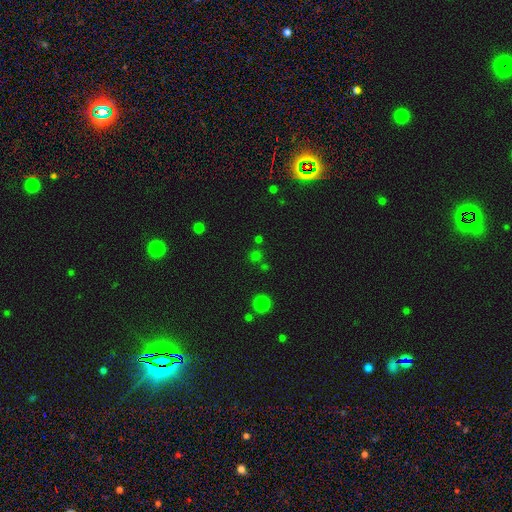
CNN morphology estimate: type=smooth (57%); roundness=round (90%); merging=none (78%).